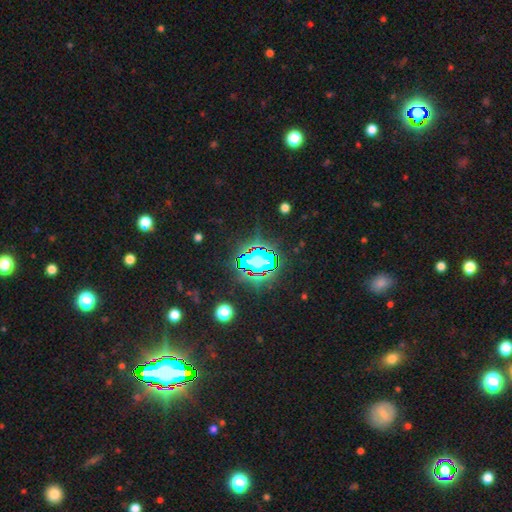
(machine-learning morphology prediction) Overall: star or artifact (81%).